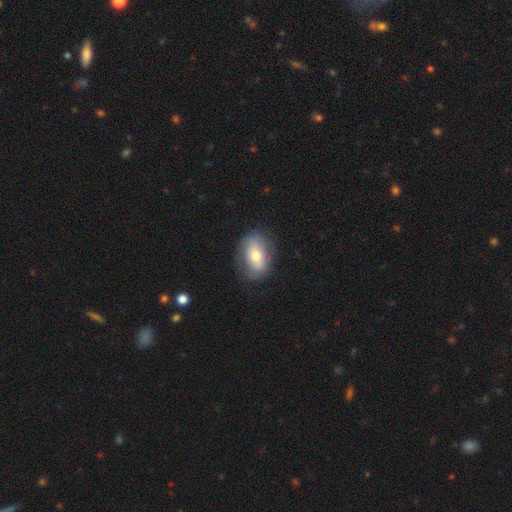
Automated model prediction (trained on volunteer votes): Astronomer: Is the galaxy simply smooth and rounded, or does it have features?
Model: smooth — 62%.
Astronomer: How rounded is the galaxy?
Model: in between — 85%.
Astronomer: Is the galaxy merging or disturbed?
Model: none — 75%.